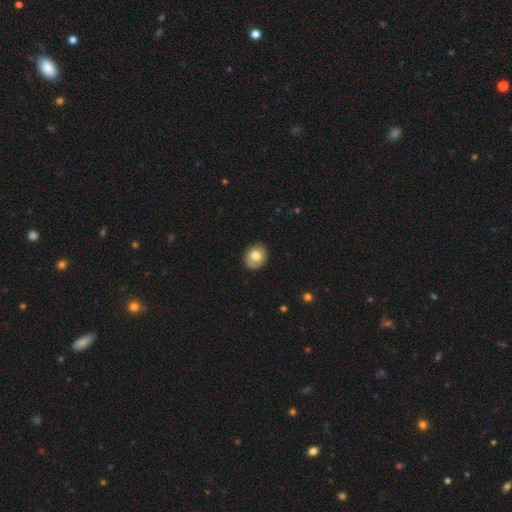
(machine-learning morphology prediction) smooth_or_featured: smooth (p=0.71) [alt: featured or disk p=0.21]
how_rounded: round (p=0.66) [alt: in between p=0.33]
merging: none (p=0.78) [alt: minor disturbance p=0.17]